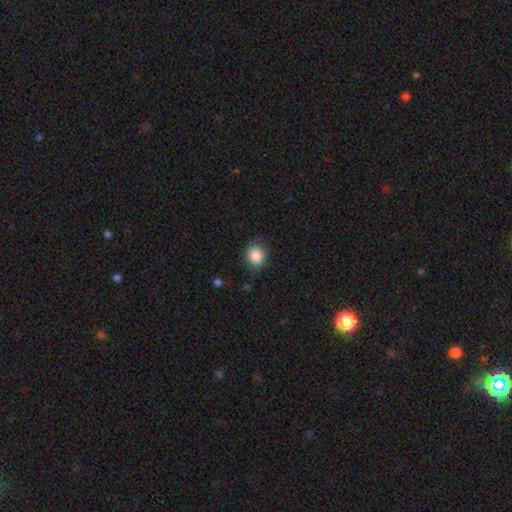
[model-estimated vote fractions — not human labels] Smooth or featured? Predicted: smooth (p=0.87). How rounded? Predicted: round (p=0.68). Merging? Predicted: none (p=0.78).